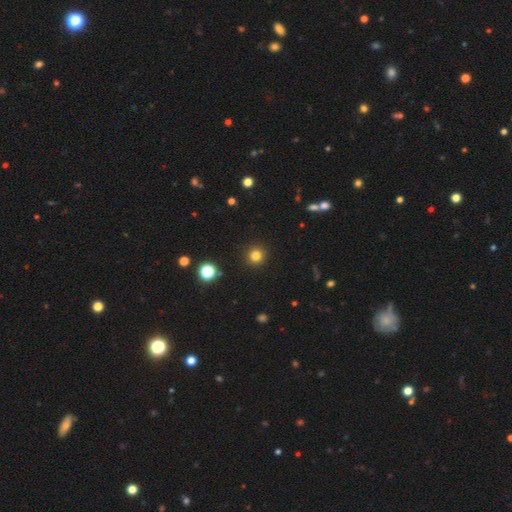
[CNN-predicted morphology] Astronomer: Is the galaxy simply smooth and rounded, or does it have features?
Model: smooth — 81%.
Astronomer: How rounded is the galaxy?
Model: round — 95%.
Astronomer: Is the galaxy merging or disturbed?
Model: none — 92%.